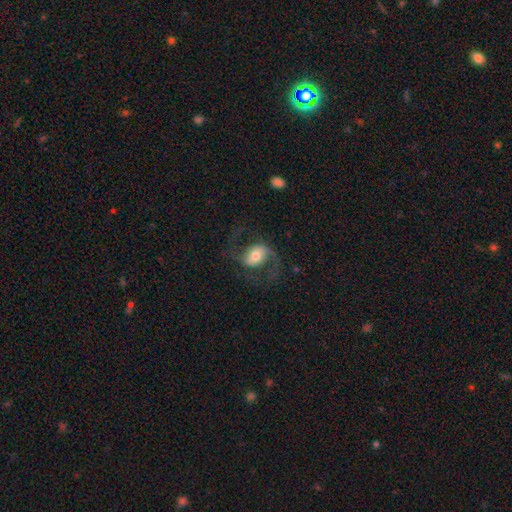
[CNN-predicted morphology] Smooth or featured?
  - featured or disk: 74% *
  - smooth: 19%
  - star or artifact: 7%
Edge-on disk?
  - no: 97% *
  - yes: 3%
Bar?
  - no: 41% *
  - weak: 38%
  - strong: 21%
Spiral arms?
  - yes: 91% *
  - no: 9%
Spiral winding?
  - loose: 48% *
  - medium: 44%
  - tight: 8%
Spiral arm count?
  - 2: 89% *
  - 1: 5%
  - can't tell: 3%
  - 3: 1%
  - 4: 1%
  - more than 4: 1%
Bulge size?
  - moderate: 64% *
  - small: 18%
  - large: 15%
  - dominant: 2%
  - none: 1%
Merging?
  - none: 64% *
  - major disturbance: 19%
  - minor disturbance: 15%
  - merger: 2%